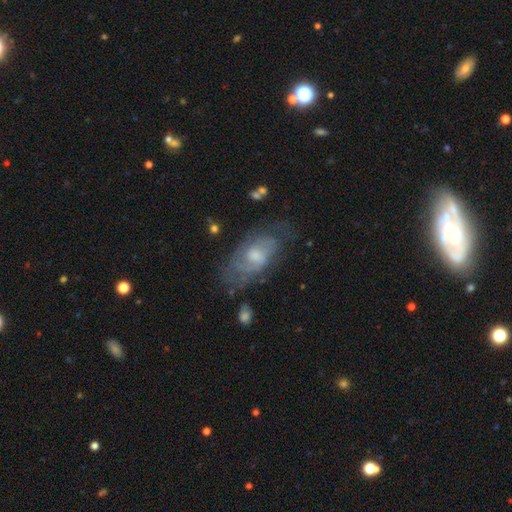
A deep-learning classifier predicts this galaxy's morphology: Overall: featured or disk (68%). Edge-on disk: no (92%). Bar: no (57%; weak 38%). Spiral arms: yes (80%). Spiral arm count: can't tell (44%; 2 40%). Spiral winding: tight (44%; medium 41%). Bulge size: moderate (54%; small 31%). Merging: none (64%).